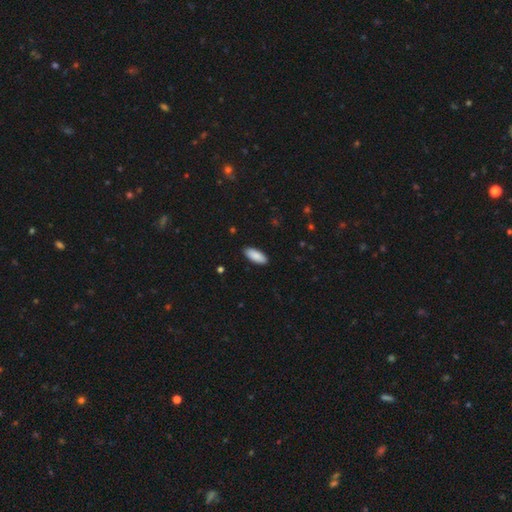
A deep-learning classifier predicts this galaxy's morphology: The model was most divided on "how rounded": in between: 84%, cigar-shaped: 15%, round: 2%. More confident: merging — none (90%); smooth or featured — smooth (89%).